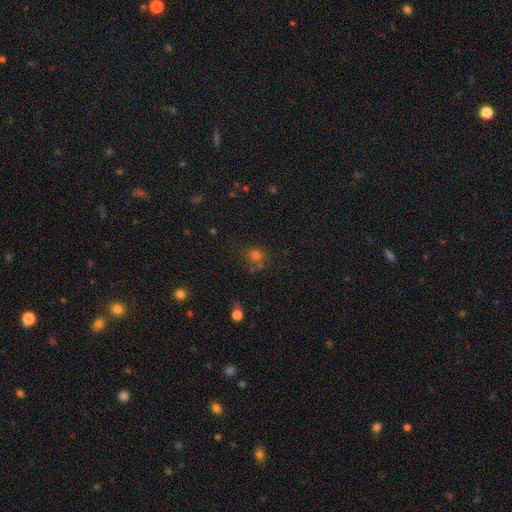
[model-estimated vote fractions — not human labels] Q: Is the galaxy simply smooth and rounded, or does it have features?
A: smooth — 64%.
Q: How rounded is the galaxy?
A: round — 81%.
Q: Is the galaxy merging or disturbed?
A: none — 64%.